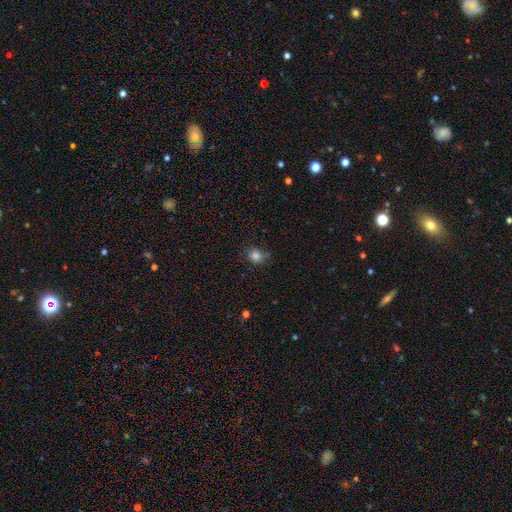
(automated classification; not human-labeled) A smooth galaxy with no disk features (82%) that is round (74%). Merging: none (70%).